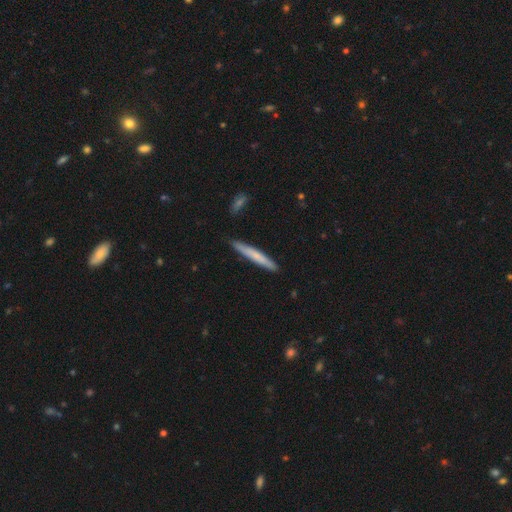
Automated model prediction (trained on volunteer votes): Smooth or featured? Predicted: smooth (p=0.65). How rounded? Predicted: cigar-shaped (p=0.96). Merging? Predicted: none (p=0.88).